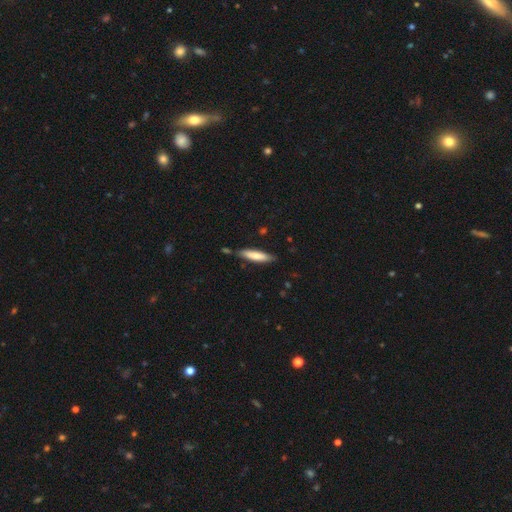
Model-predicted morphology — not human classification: A smooth galaxy with no disk features (74%) that is cigar-shaped (79%).

Vote fractions:
- Smooth or featured? smooth: 74% / featured or disk: 20% / star or artifact: 6%
- How rounded? cigar-shaped: 79% / in between: 19% / round: 1%
- Merging? none: 79% / minor disturbance: 15% / merger: 4% / major disturbance: 3%